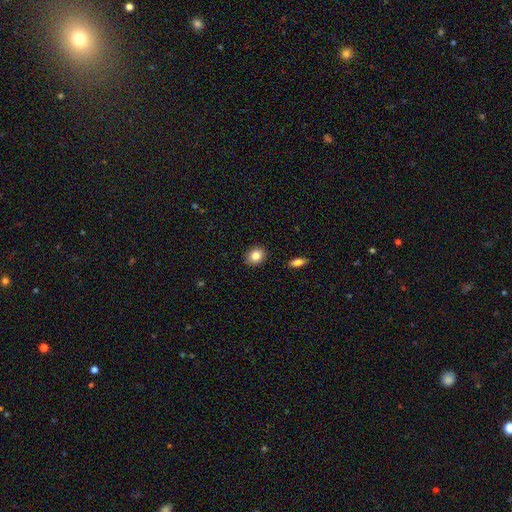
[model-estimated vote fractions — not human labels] This appears to be a smooth galaxy with no disk features (84%) that is round (55%). Merging: none (90%).